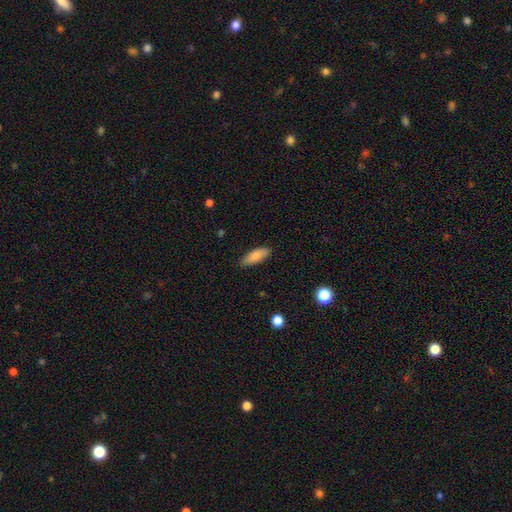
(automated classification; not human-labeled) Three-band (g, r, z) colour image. It shows a smooth galaxy with no disk features (84%) that is in between round and cigar-shaped (70%). Merging: none (86%).